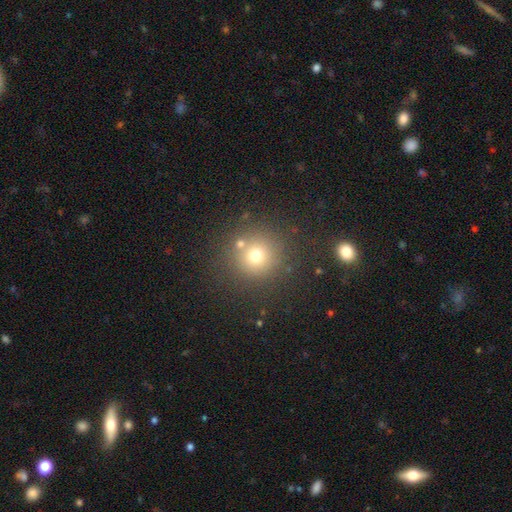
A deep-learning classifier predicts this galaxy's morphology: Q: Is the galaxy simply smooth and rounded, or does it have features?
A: smooth — 70%.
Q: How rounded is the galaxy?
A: round — 93%.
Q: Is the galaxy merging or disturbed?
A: none — 78%.